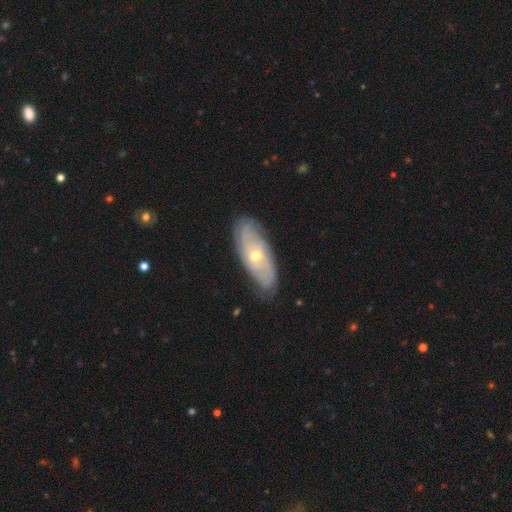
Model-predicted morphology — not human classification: Overall: featured or disk (75%). Edge-on disk: no (86%). Bar: no (70%). Spiral arms: yes (87%). Spiral arm count: can't tell (53%; 2 21%). Spiral winding: tight (66%). Bulge size: moderate (55%; small 42%). Merging: none (77%).